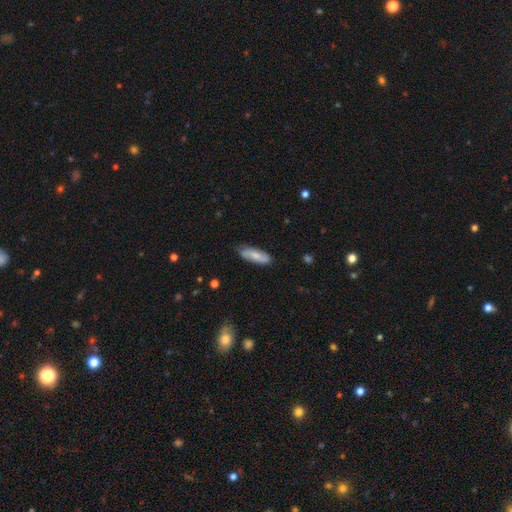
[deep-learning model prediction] This appears to be a smooth galaxy with no disk features (64%) that is in between round and cigar-shaped (58%). Merging: none (80%).